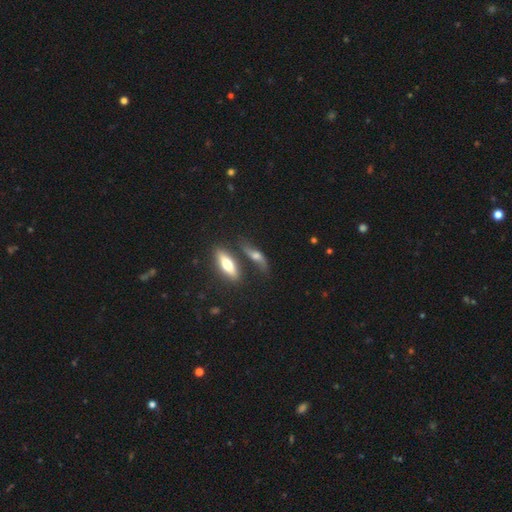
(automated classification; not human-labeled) Overall: featured or disk (50%; smooth 38%). Edge-on disk: yes (67%; no 33%). Merging: none (53%; merger 21%).